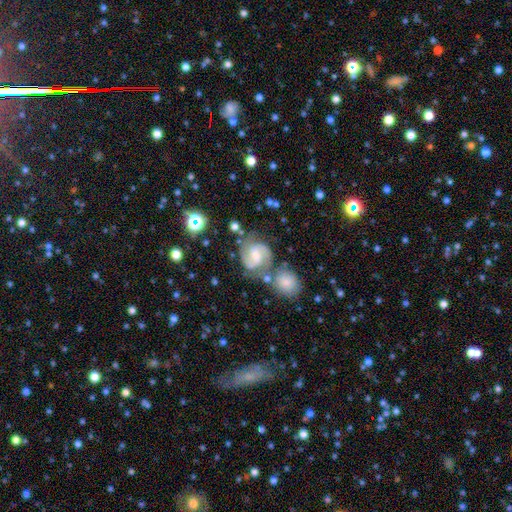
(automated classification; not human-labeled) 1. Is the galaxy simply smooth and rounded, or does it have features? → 77% featured or disk, 16% smooth, 7% star or artifact.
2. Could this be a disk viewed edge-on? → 98% no, 2% yes.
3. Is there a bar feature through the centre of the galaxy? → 55% weak, 25% no, 20% strong.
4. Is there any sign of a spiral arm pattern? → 95% yes, 5% no.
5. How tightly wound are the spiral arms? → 56% medium, 24% tight, 19% loose.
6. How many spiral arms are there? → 88% 2, 5% can't tell, 2% 3, 2% 1, 1% 4, 1% more than 4.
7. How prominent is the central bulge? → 40% moderate, 37% small, 13% none, 8% large, 2% dominant.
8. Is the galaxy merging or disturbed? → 57% none, 20% merger, 16% minor disturbance, 7% major disturbance.